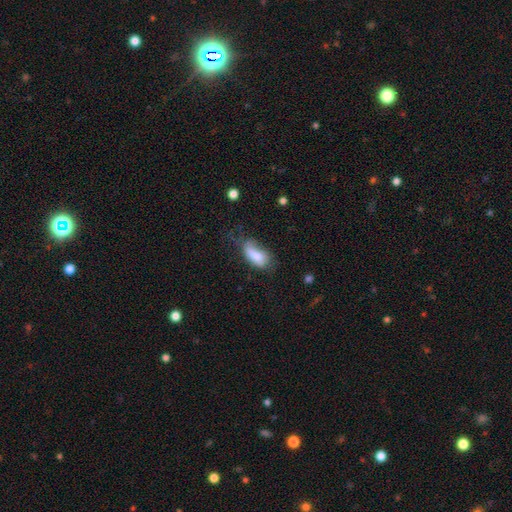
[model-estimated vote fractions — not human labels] Overall: smooth (77%). How rounded: in between (89%). Merging: minor disturbance (34%; none 31%).